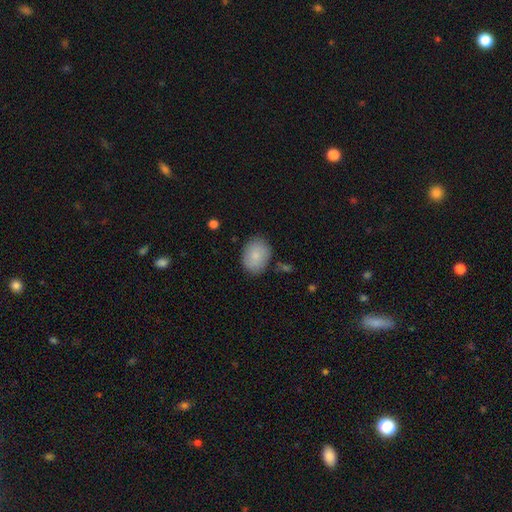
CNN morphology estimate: A smooth galaxy with no disk features (83%) that is in between round and cigar-shaped (62%). Merging: none (80%).